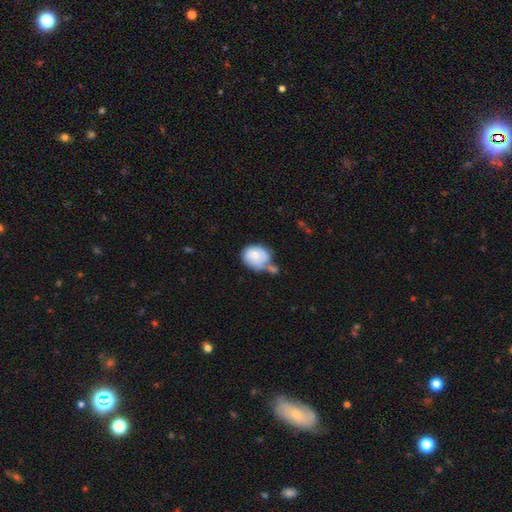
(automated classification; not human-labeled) smooth 63%, featured or disk 30%, star or artifact 7%. Down the decision tree: how rounded — round (59%); merging — none (32%).